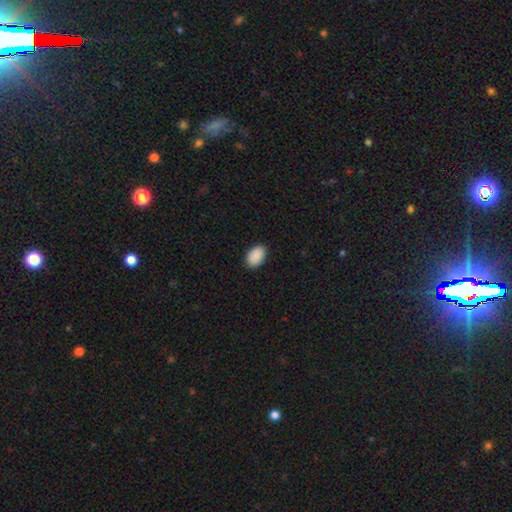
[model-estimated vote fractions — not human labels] A smooth galaxy with no disk features (91%) that is in between round and cigar-shaped (89%).

Vote fractions:
- Smooth or featured? smooth: 91% / star or artifact: 7% / featured or disk: 2%
- How rounded? in between: 89% / round: 10% / cigar-shaped: 1%
- Merging? none: 89% / minor disturbance: 8% / major disturbance: 2% / merger: 1%